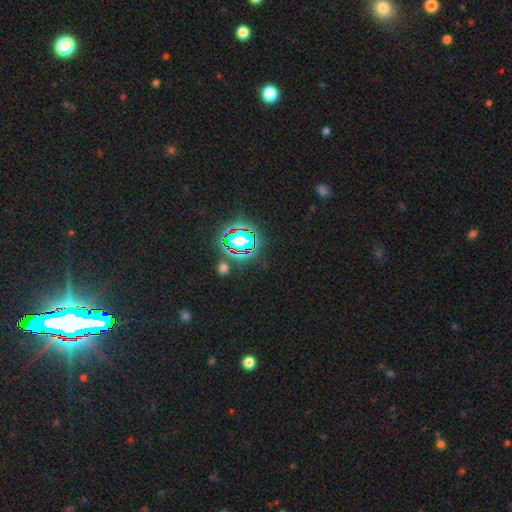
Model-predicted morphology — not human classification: smooth-or-featured: star or artifact: 83% | smooth: 10% | featured or disk: 7%